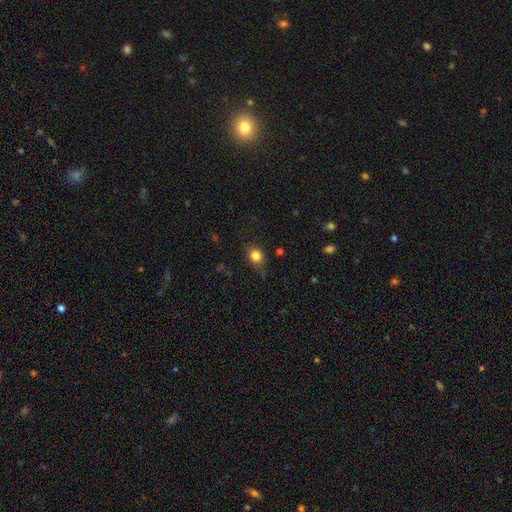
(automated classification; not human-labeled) A smooth galaxy with no disk features (83%) that is round (61%).

Vote fractions:
- Smooth or featured? smooth: 83% / star or artifact: 11% / featured or disk: 6%
- How rounded? round: 61% / in between: 38% / cigar-shaped: 1%
- Merging? none: 74% / minor disturbance: 20% / major disturbance: 5% / merger: 2%